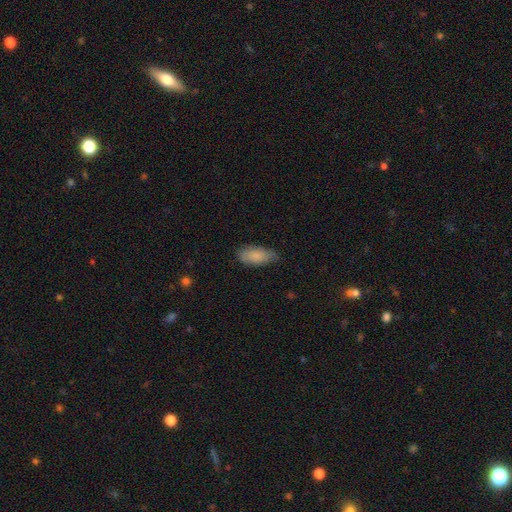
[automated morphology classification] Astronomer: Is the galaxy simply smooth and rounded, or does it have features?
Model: smooth — 85%.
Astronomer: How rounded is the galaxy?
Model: in between — 88%.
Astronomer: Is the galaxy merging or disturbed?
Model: none — 71%.